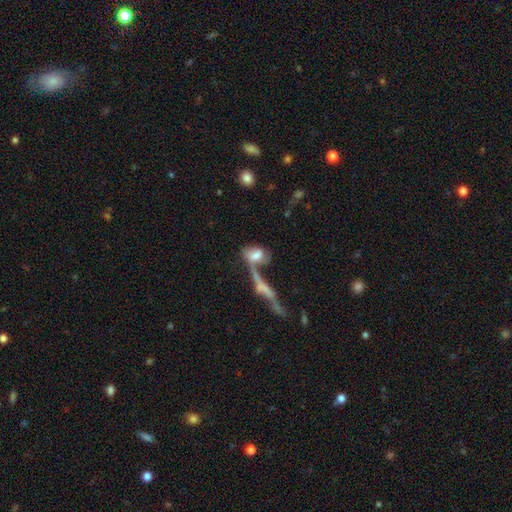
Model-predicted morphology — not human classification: smooth-or-featured: smooth: 55% | featured or disk: 34% | star or artifact: 11%
  how-rounded: in between: 77% | round: 13% | cigar-shaped: 10%
  merging: merger: 54% | none: 19% | major disturbance: 17% | minor disturbance: 10%